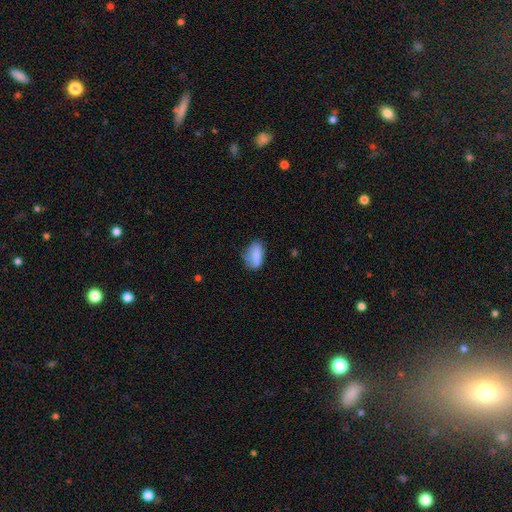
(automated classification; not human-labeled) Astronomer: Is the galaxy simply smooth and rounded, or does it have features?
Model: smooth — 82%.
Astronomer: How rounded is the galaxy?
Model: in between — 88%.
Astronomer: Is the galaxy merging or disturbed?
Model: none — 58%.